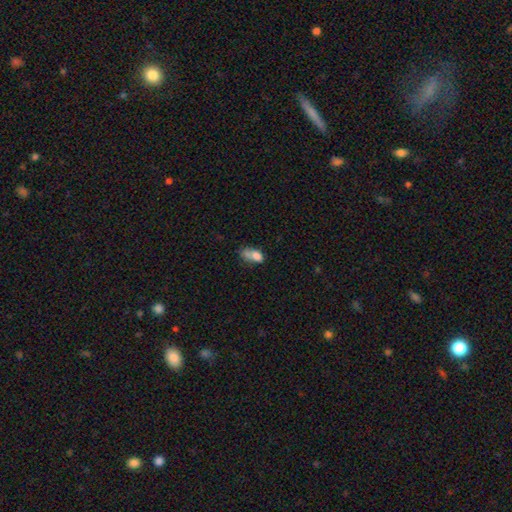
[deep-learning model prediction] This appears to be a smooth galaxy with no disk features (72%) that is in between round and cigar-shaped (85%). Merging: minor disturbance (28%).